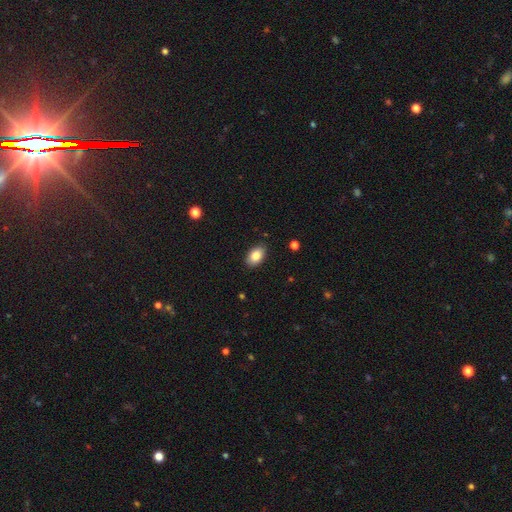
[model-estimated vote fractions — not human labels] Smooth or featured: smooth — 85% (featured or disk — 8%)
How rounded: in between — 91% (round — 7%)
Merging: none — 85% (minor disturbance — 11%)